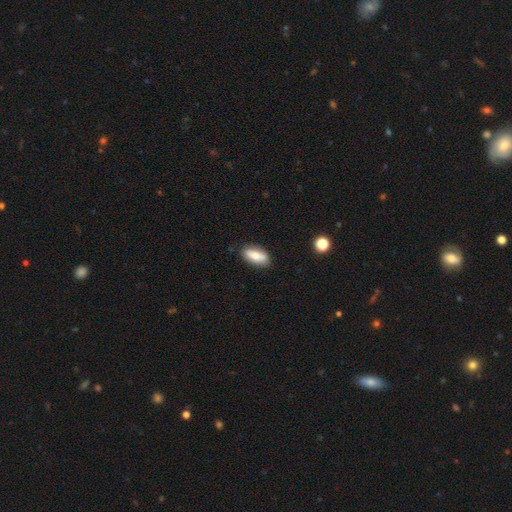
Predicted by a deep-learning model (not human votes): Overall: smooth (74%). How rounded: in between (83%). Merging: none (84%).